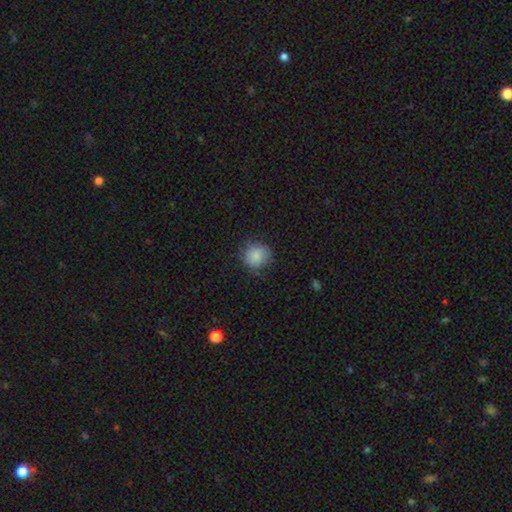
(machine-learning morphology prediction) smooth_or_featured: smooth (p=0.86) [alt: star or artifact p=0.08]
how_rounded: round (p=0.88) [alt: in between p=0.11]
merging: none (p=0.77) [alt: minor disturbance p=0.17]